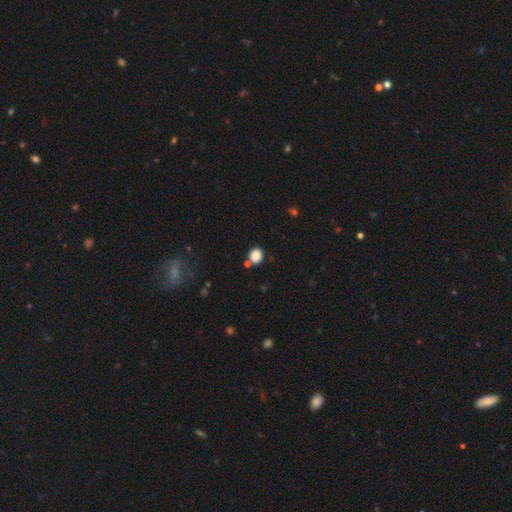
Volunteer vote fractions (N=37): This is clearly a smooth galaxy (89%). How rounded: clearly round (82%). Merging: likely none (77%).